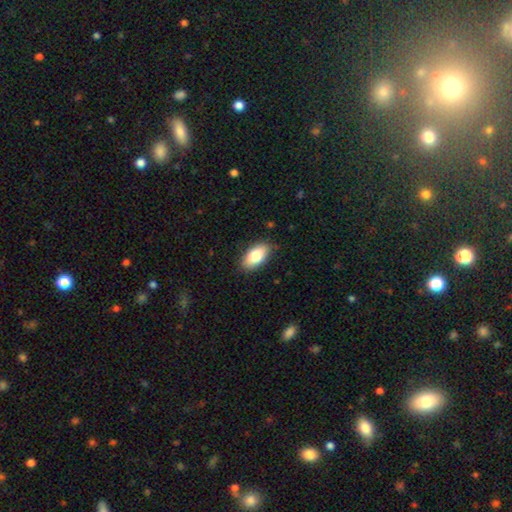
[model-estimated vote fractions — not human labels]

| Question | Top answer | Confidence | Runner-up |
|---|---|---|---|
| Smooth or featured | smooth | 80% | featured or disk (13%) |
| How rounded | in between | 92% | round (4%) |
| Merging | none | 86% | minor disturbance (11%) |